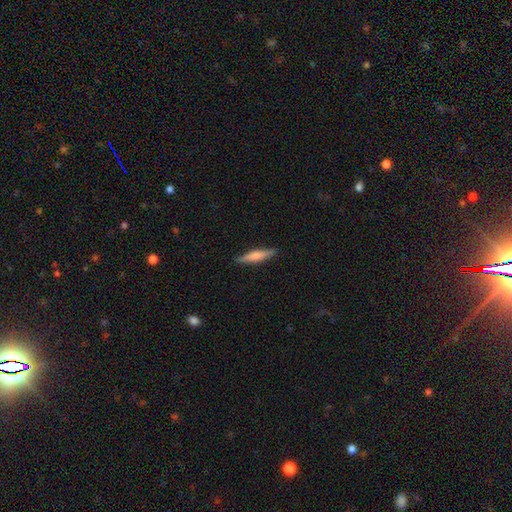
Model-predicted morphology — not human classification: smooth 59%, featured or disk 35%, star or artifact 6%. Down the decision tree: how rounded — cigar-shaped (87%); merging — none (90%).